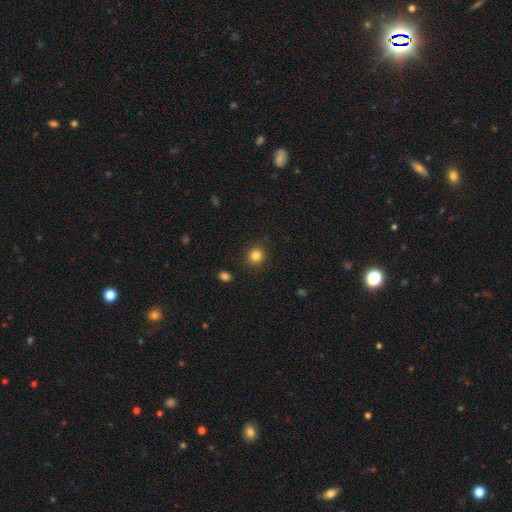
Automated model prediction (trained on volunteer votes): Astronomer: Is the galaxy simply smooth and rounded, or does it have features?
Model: smooth — 83%.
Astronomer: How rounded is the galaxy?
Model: round — 87%.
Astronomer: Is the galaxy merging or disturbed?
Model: none — 90%.